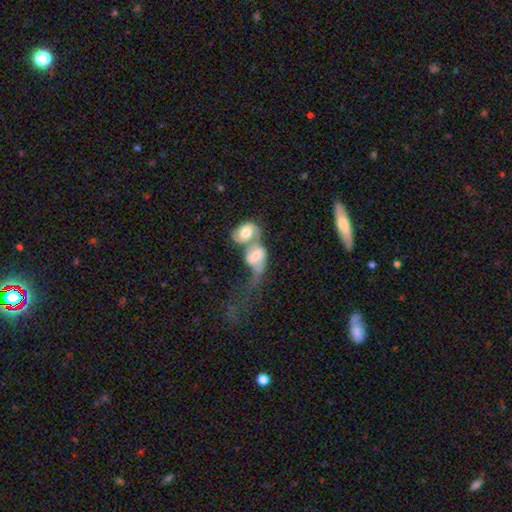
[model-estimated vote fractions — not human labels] Smooth or featured: featured or disk — 53% (smooth — 40%)
Edge-on disk: no — 93% (yes — 7%)
Merging: merger — 79% (major disturbance — 10%)